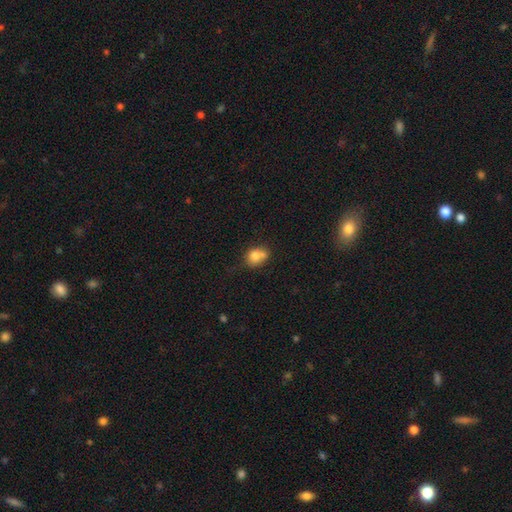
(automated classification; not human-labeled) smooth-or-featured: smooth: 75% | featured or disk: 15% | star or artifact: 10%
  how-rounded: round: 56% | in between: 42% | cigar-shaped: 1%
  merging: merger: 39% | none: 38% | minor disturbance: 17% | major disturbance: 6%